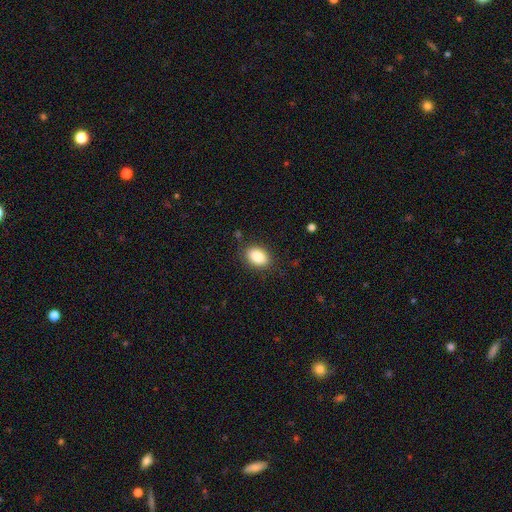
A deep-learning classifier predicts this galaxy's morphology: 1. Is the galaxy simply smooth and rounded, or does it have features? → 87% smooth, 8% star or artifact, 5% featured or disk.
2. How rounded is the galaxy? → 83% in between, 16% round, 1% cigar-shaped.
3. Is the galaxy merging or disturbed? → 85% none, 10% minor disturbance, 3% major disturbance, 1% merger.